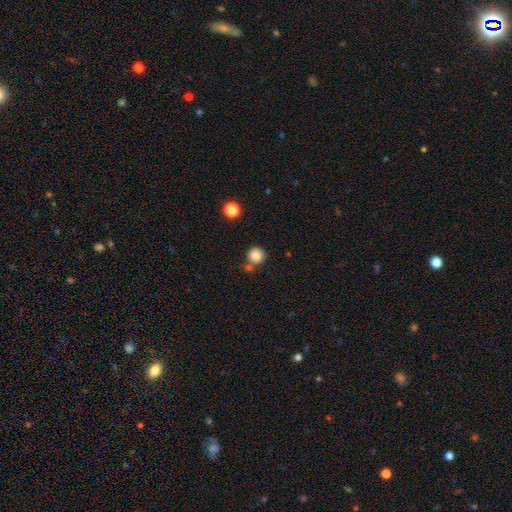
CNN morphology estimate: Overall: smooth (83%). How rounded: round (93%). Merging: none (73%).